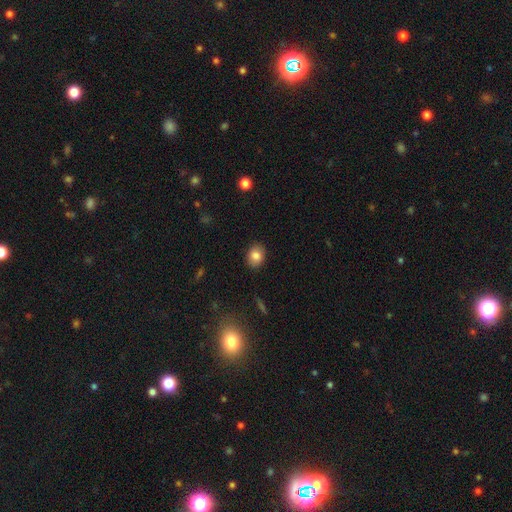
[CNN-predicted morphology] type=smooth (84%); roundness=in between (58%); merging=none (88%).